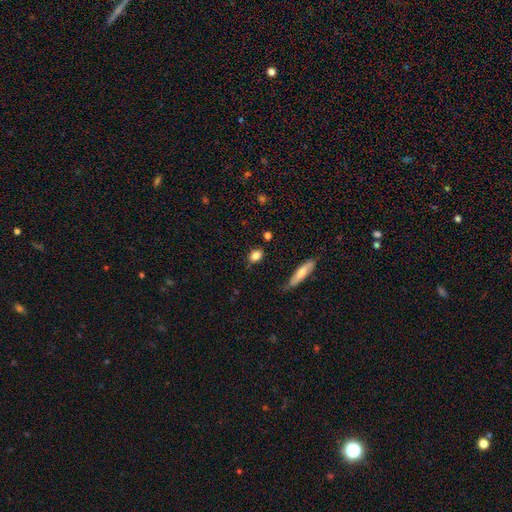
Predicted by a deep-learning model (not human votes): A smooth galaxy with no disk features (83%) that is in between round and cigar-shaped (56%). Merging: none (79%).